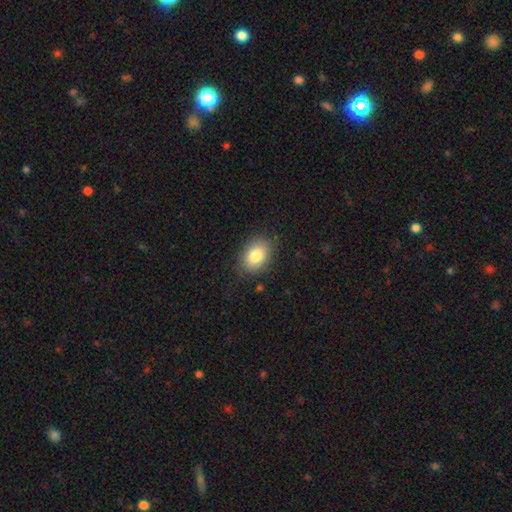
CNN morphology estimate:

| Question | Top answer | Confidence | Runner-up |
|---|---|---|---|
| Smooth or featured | smooth | 82% | featured or disk (10%) |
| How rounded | in between | 81% | round (18%) |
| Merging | none | 83% | minor disturbance (12%) |